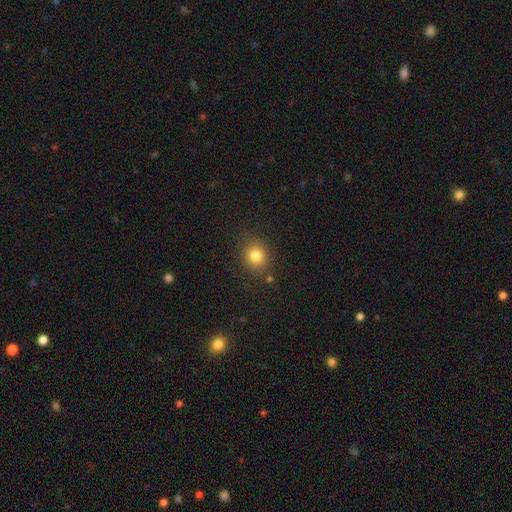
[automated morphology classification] A smooth galaxy with no disk features (80%) that is round (79%).

Vote fractions:
- Smooth or featured? smooth: 80% / star or artifact: 13% / featured or disk: 7%
- How rounded? round: 79% / in between: 20% / cigar-shaped: 1%
- Merging? none: 85% / minor disturbance: 9% / major disturbance: 3% / merger: 3%